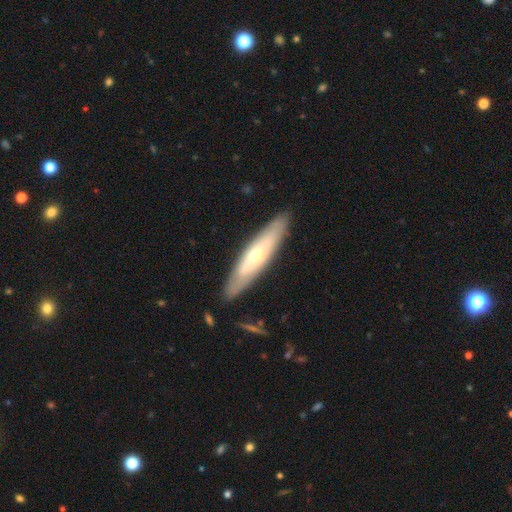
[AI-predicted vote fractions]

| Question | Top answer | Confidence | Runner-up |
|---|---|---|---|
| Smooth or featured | featured or disk | 52% | smooth (43%) |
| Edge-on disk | yes | 59% | no (41%) |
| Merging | none | 86% | minor disturbance (10%) |